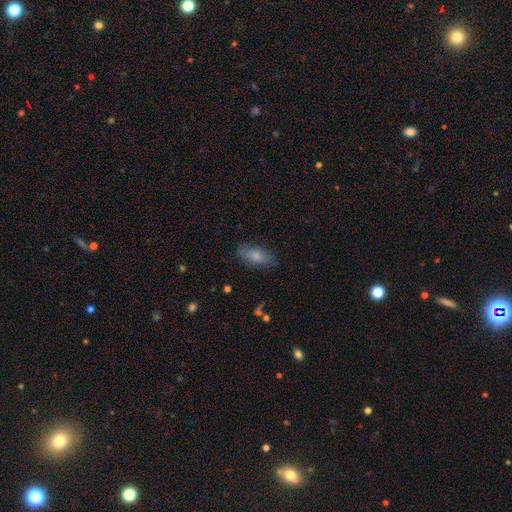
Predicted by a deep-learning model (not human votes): Smooth or featured?
  - smooth: 80% *
  - featured or disk: 12%
  - star or artifact: 8%
How rounded?
  - in between: 87% *
  - cigar-shaped: 10%
  - round: 4%
Merging?
  - none: 79% *
  - minor disturbance: 15%
  - major disturbance: 4%
  - merger: 1%